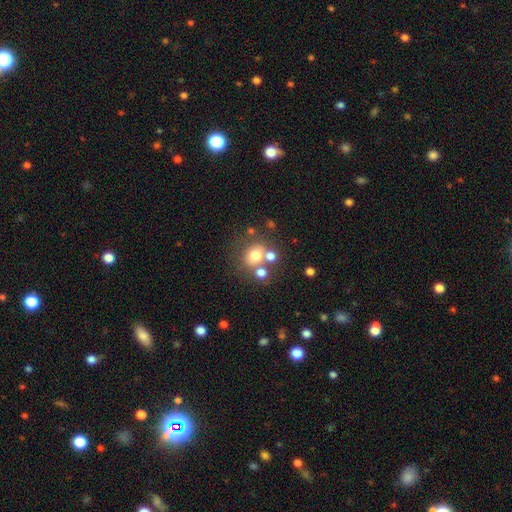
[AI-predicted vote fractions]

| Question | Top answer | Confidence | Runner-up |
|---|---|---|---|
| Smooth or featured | smooth | 68% | star or artifact (16%) |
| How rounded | round | 79% | in between (20%) |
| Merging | none | 56% | merger (29%) |